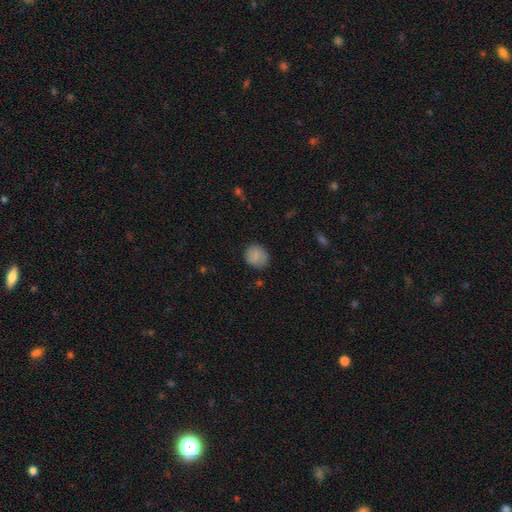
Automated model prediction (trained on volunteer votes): This appears to be a smooth galaxy with no disk features (85%) that is round (71%). Merging: none (77%).